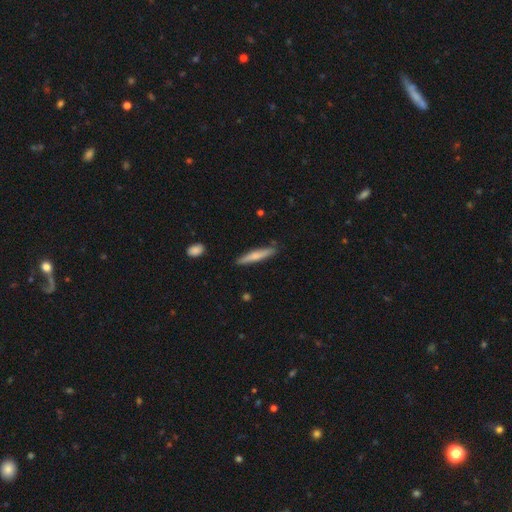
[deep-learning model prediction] Overall: smooth (63%; featured or disk 31%). How rounded: cigar-shaped (92%). Merging: none (86%).